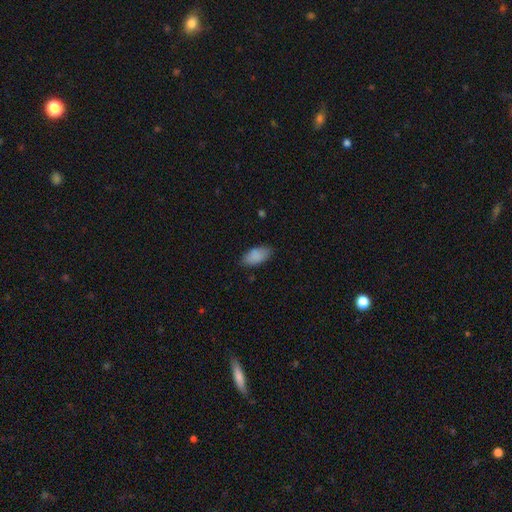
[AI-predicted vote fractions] This appears to be a smooth galaxy with no disk features (87%) that is in between round and cigar-shaped (92%). Merging: none (79%).